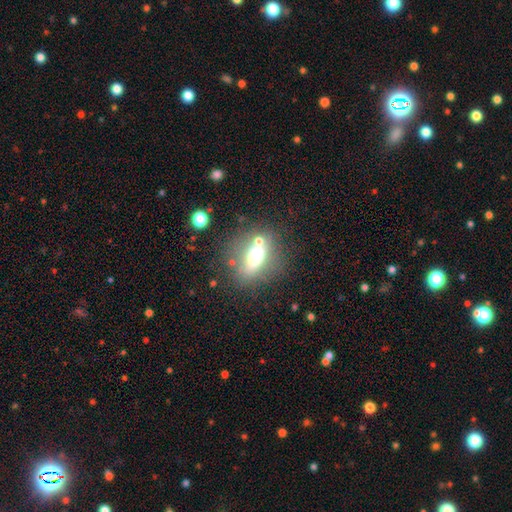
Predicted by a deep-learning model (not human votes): This appears to be a smooth galaxy with no disk features (59%) that is in between round and cigar-shaped (68%). Merging: none (59%).